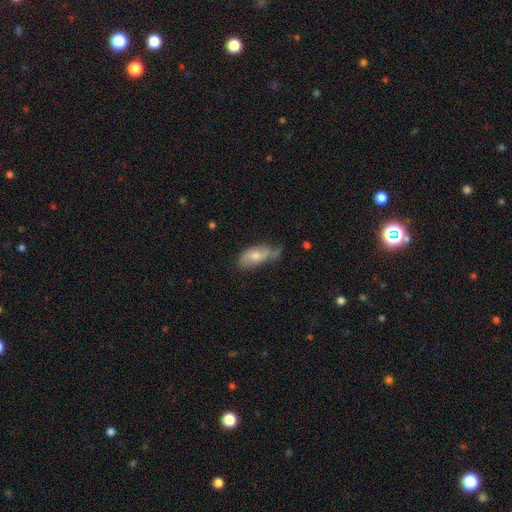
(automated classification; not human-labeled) Smooth or featured? smooth (54%)
How rounded? in between (87%)
Merging? none (50%)